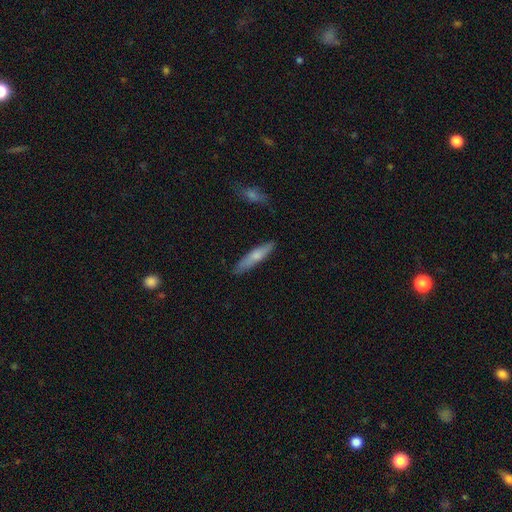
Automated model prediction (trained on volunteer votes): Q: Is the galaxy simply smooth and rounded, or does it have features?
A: smooth — 66%.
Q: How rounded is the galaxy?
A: cigar-shaped — 83%.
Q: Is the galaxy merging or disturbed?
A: none — 85%.